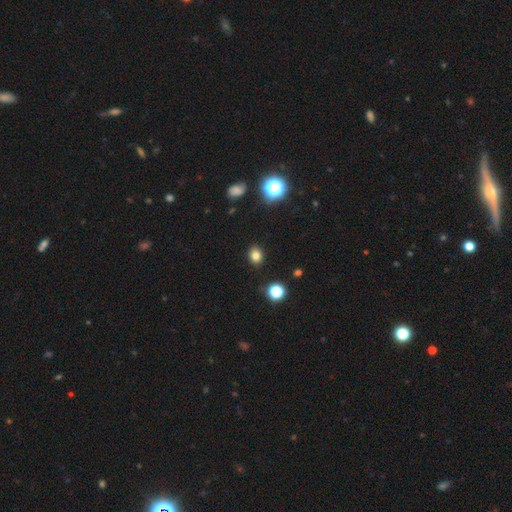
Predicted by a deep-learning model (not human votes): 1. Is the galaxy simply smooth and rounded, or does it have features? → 81% smooth, 14% star or artifact, 5% featured or disk.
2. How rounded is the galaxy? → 59% round, 40% in between, 1% cigar-shaped.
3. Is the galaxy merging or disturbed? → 89% none, 7% minor disturbance, 2% major disturbance, 1% merger.